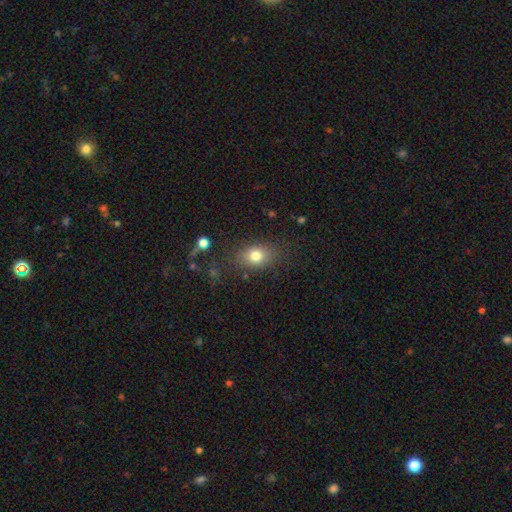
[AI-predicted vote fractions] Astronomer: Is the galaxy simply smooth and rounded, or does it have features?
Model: smooth — 79%.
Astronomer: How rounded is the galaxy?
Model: in between — 66%.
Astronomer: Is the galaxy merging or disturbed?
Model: none — 79%.